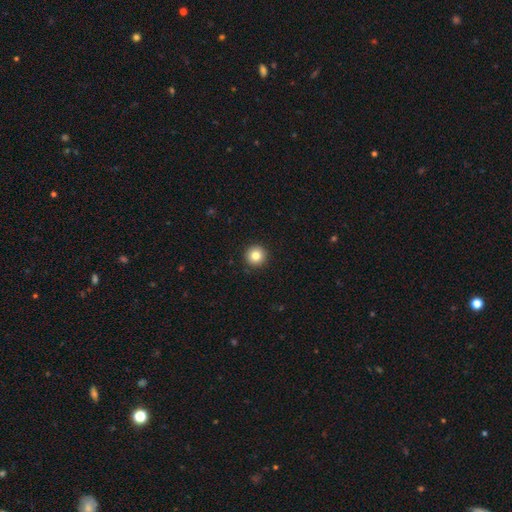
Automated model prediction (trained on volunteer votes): A smooth galaxy with no disk features (83%) that is round (96%). Merging: none (93%).